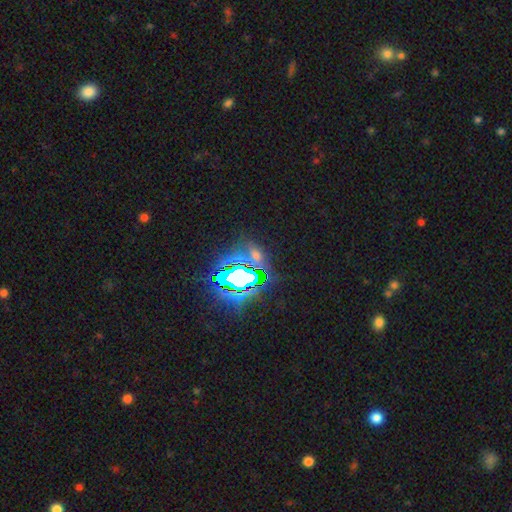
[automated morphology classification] Q: Smooth or featured?
A: star or artifact (65%); runner-up: smooth (23%)